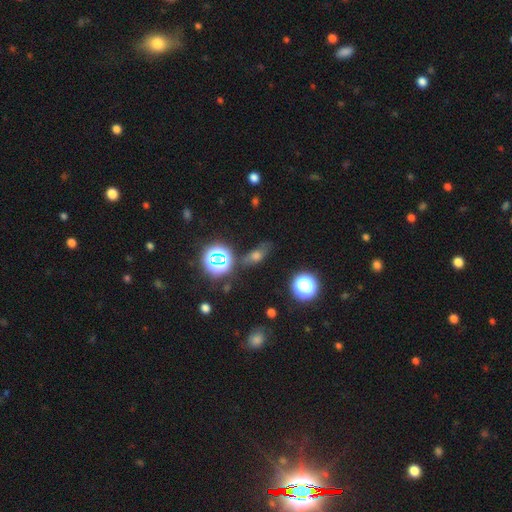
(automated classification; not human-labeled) Morphology: type=smooth (52%); roundness=in between (63%); merging=none (67%).